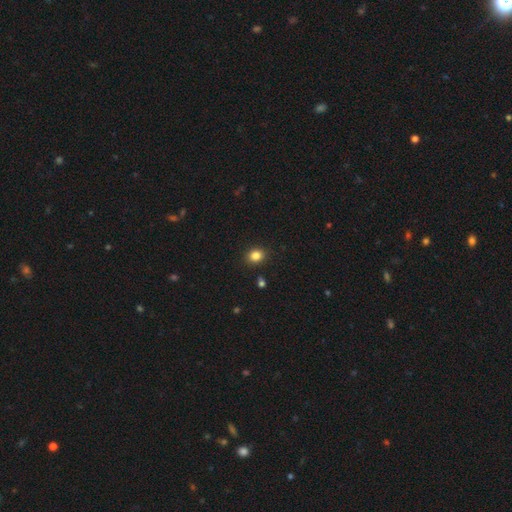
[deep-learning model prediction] A smooth galaxy with no disk features (84%) that is round (60%).

Vote fractions:
- Smooth or featured? smooth: 84% / star or artifact: 11% / featured or disk: 5%
- How rounded? round: 60% / in between: 40% / cigar-shaped: 1%
- Merging? none: 88% / minor disturbance: 8% / major disturbance: 2% / merger: 2%